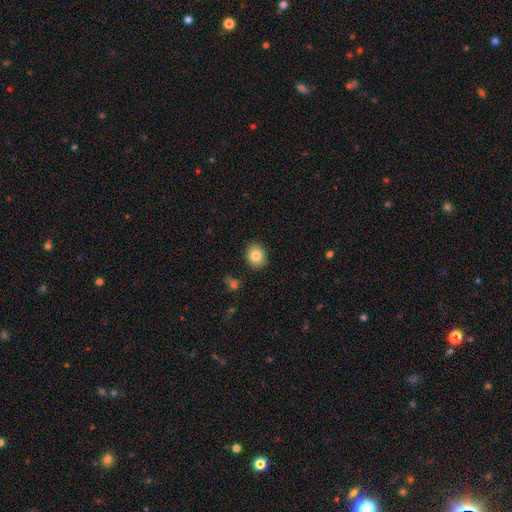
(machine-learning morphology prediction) Smooth or featured? smooth (83%)
How rounded? round (61%)
Merging? none (86%)